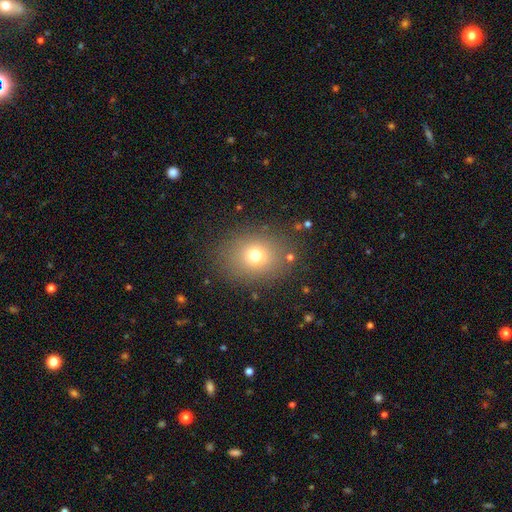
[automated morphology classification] Smooth or featured: smooth — 72% (star or artifact — 16%)
How rounded: round — 56% (in between — 43%)
Merging: none — 83% (minor disturbance — 10%)